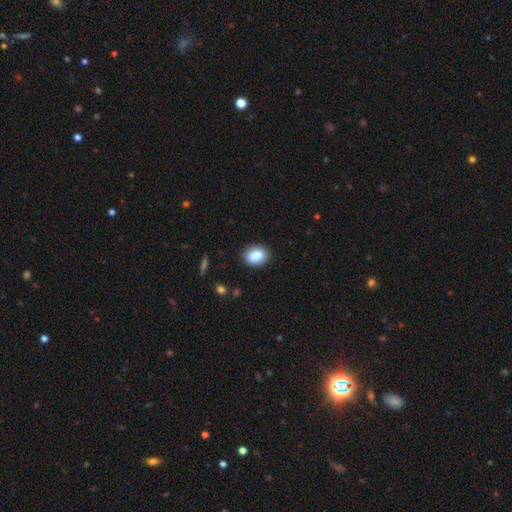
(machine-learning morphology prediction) Smooth or featured: smooth — 85% (star or artifact — 8%)
How rounded: in between — 70% (round — 28%)
Merging: none — 81% (minor disturbance — 12%)